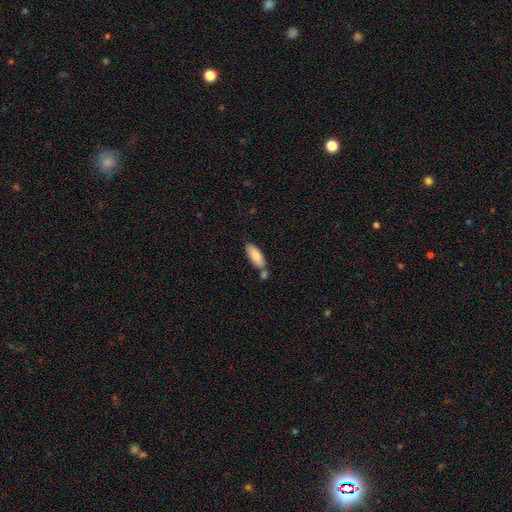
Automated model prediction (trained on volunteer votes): Morphology: type=smooth (82%); roundness=in between (76%); merging=none (60%).